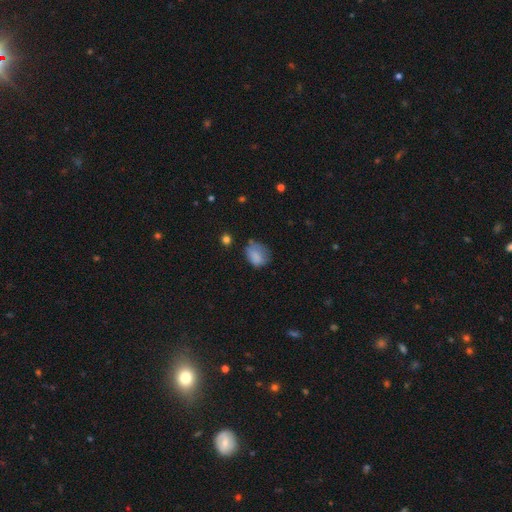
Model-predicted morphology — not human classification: smooth-or-featured: smooth: 80% | featured or disk: 10% | star or artifact: 10%
  how-rounded: in between: 59% | round: 40% | cigar-shaped: 1%
  merging: none: 49% | minor disturbance: 34% | major disturbance: 14% | merger: 3%